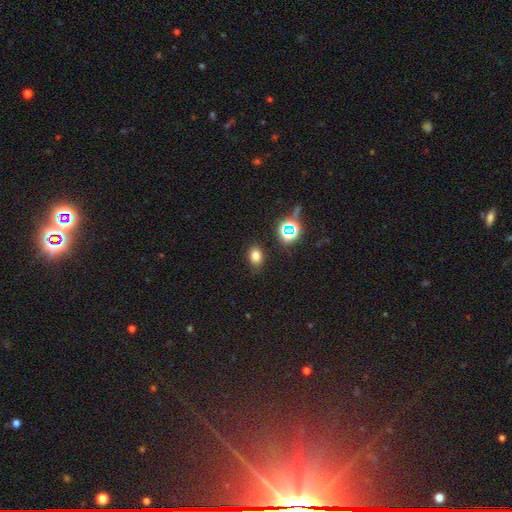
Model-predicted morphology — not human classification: type=smooth (74%); roundness=in between (69%); merging=none (85%).